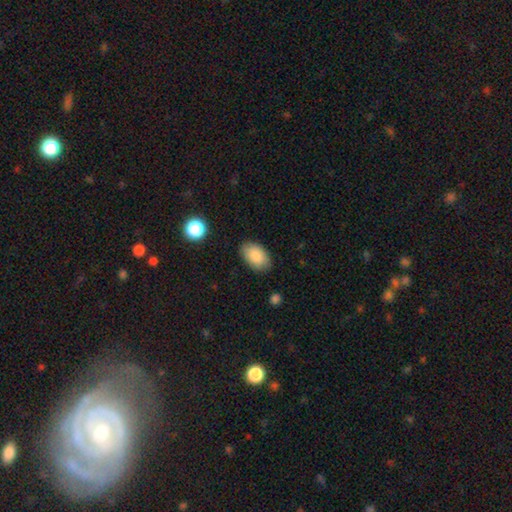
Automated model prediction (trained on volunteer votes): Smooth or featured? smooth (86%)
How rounded? in between (92%)
Merging? none (84%)